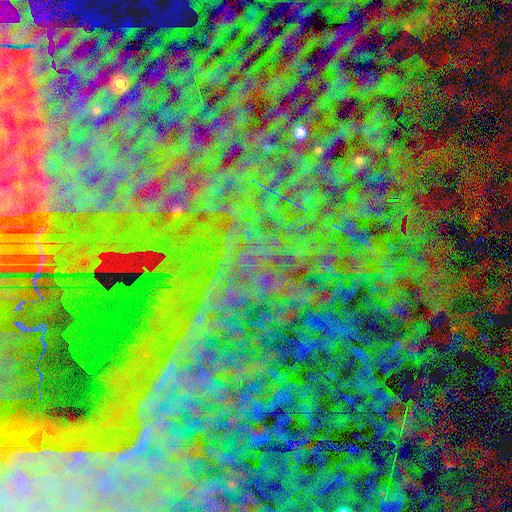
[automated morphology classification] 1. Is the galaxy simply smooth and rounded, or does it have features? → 86% star or artifact, 7% featured or disk, 7% smooth.